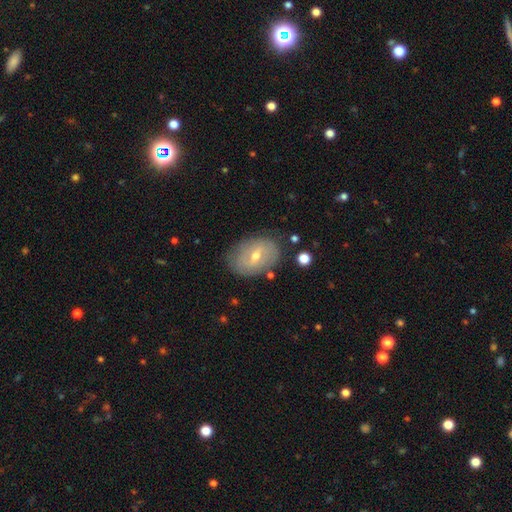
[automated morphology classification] The model was most divided on "smooth or featured": featured or disk: 52%, smooth: 39%, star or artifact: 9%. More confident: edge-on disk — no (92%); merging — none (78%).